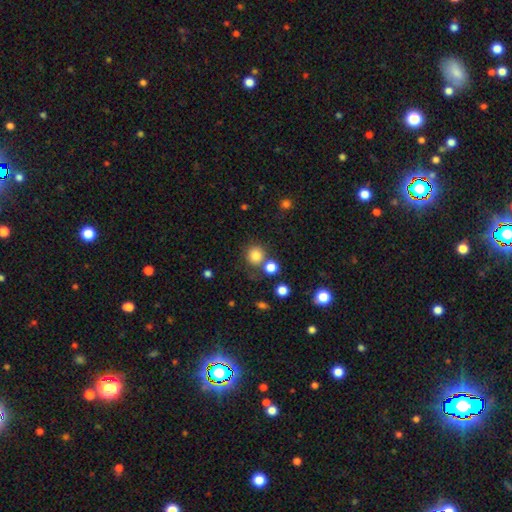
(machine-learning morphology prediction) Q: Smooth or featured?
A: smooth (82%); runner-up: star or artifact (13%)
Q: How rounded?
A: round (91%); runner-up: in between (8%)
Q: Merging?
A: none (71%); runner-up: merger (15%)